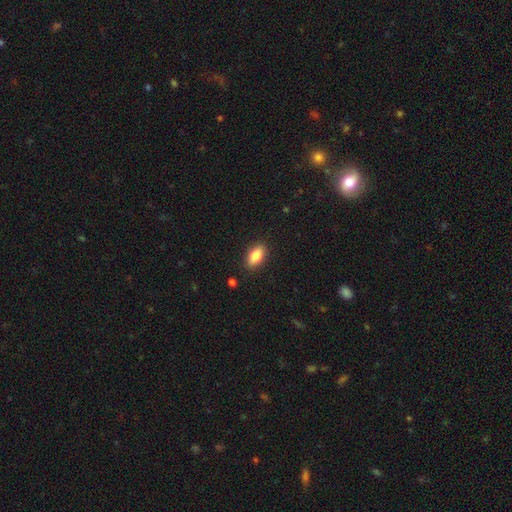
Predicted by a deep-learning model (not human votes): Smooth or featured? smooth (84%)
How rounded? in between (89%)
Merging? none (88%)